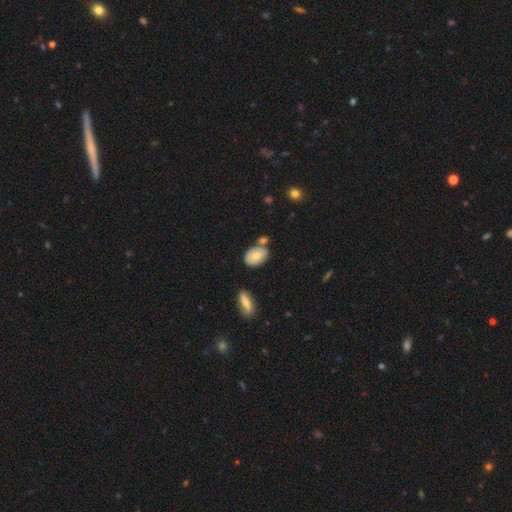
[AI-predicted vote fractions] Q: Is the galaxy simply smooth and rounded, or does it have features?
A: smooth — 69%.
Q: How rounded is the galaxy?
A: in between — 84%.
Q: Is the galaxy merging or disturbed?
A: none — 65%.